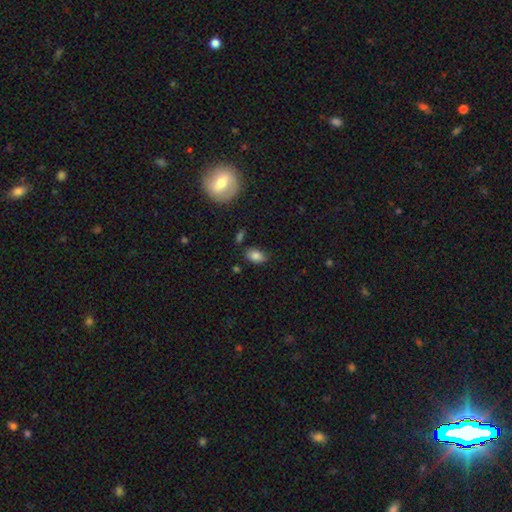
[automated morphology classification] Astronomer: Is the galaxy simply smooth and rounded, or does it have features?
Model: smooth — 83%.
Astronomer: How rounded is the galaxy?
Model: in between — 88%.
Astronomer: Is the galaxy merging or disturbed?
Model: none — 80%.